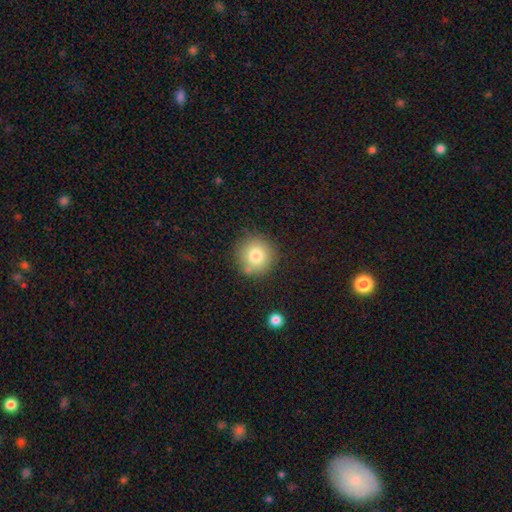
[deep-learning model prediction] smooth-or-featured: smooth: 78% | featured or disk: 11% | star or artifact: 11%
  how-rounded: round: 94% | in between: 5% | cigar-shaped: 1%
  merging: none: 81% | minor disturbance: 11% | merger: 4% | major disturbance: 3%